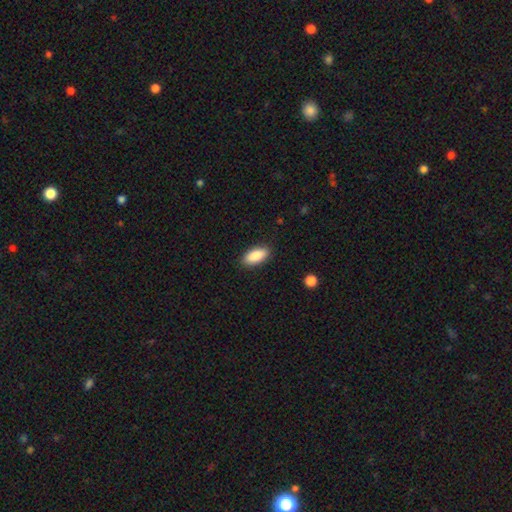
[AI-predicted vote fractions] Smooth or featured: smooth — 88% (star or artifact — 6%)
How rounded: in between — 88% (cigar-shaped — 10%)
Merging: none — 88% (minor disturbance — 8%)